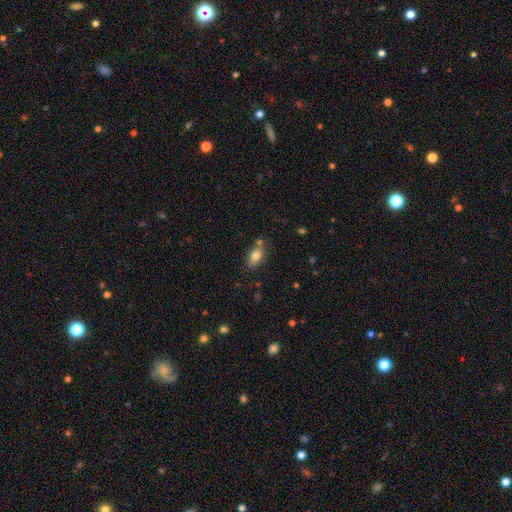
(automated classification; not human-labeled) Smooth or featured? Predicted: smooth (p=0.80). How rounded? Predicted: in between (p=0.88). Merging? Predicted: none (p=0.70).